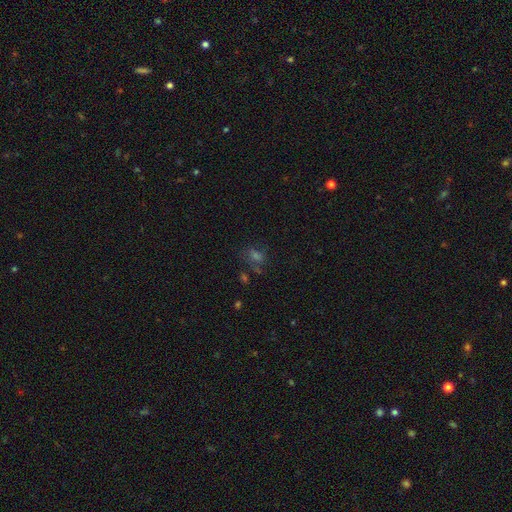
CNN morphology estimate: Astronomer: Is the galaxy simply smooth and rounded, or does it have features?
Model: smooth — 41% (runner-up: star or artifact, 39%).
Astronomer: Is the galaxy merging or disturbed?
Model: none — 62%.